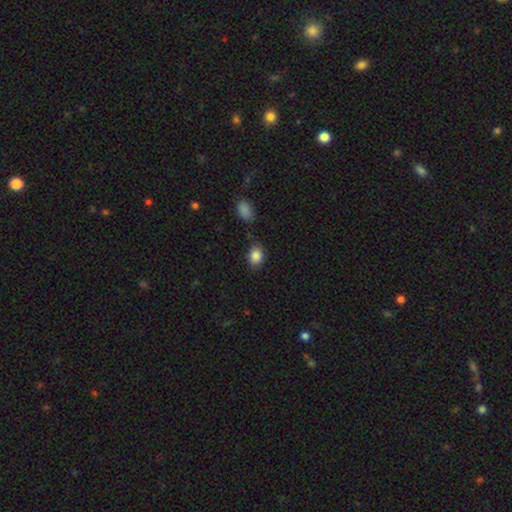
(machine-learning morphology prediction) Overall: smooth (86%). How rounded: in between (63%; round 36%). Merging: none (73%).